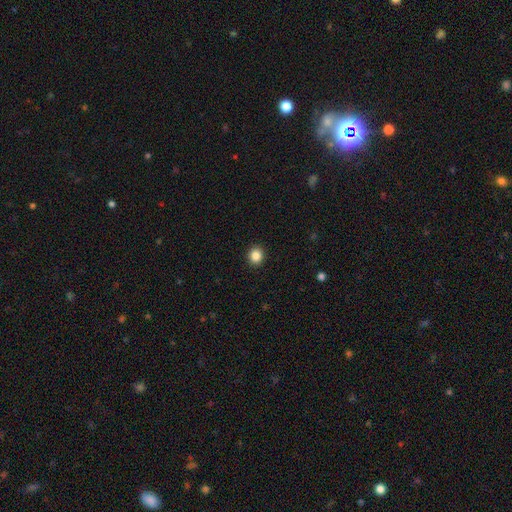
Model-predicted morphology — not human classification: A smooth galaxy with no disk features (86%) that is round (81%). Merging: none (92%).